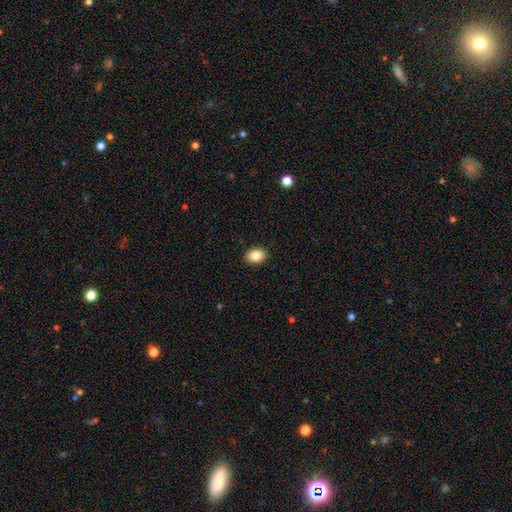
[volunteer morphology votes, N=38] A smooth galaxy with no disk features (84%) that is in between round and cigar-shaped (75%).

Vote fractions:
- Smooth or featured? smooth: 84% / featured or disk: 8% / star or artifact: 8%
- How rounded? in between: 75% / round: 25% / cigar-shaped: 0%
- Merging? none: 97% / major disturbance: 3% / minor disturbance: 0% / merger: 0%